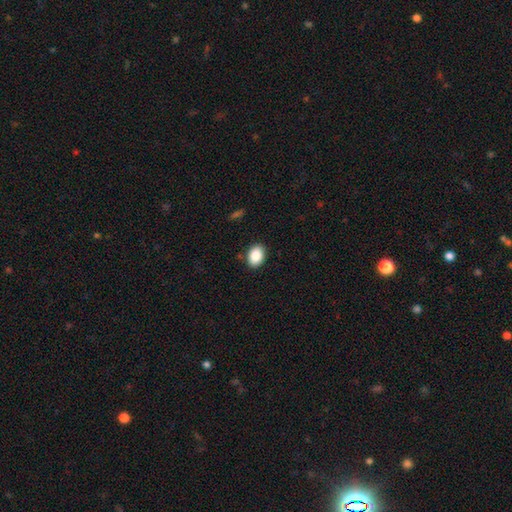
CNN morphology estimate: Smooth or featured?
  - smooth: 88% *
  - star or artifact: 7%
  - featured or disk: 5%
How rounded?
  - in between: 77% *
  - round: 22%
  - cigar-shaped: 1%
Merging?
  - none: 88% *
  - minor disturbance: 8%
  - major disturbance: 2%
  - merger: 1%